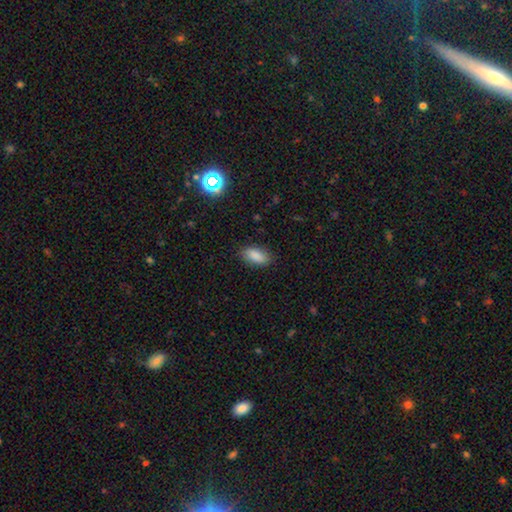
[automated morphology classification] A smooth galaxy with no disk features (87%) that is in between round and cigar-shaped (89%). Merging: none (86%).